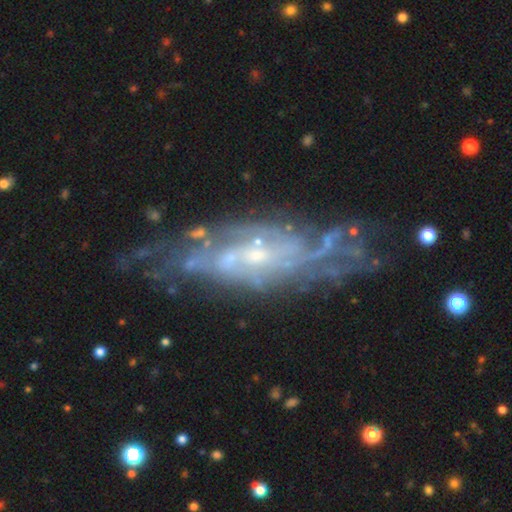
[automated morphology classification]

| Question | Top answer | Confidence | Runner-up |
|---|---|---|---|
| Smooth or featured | featured or disk | 84% | smooth (8%) |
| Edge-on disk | no | 83% | yes (17%) |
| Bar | no | 53% | weak (36%) |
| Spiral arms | yes | 90% | no (10%) |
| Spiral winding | tight | 56% | medium (32%) |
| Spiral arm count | can't tell | 52% | 2 (13%) |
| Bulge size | small | 73% | moderate (18%) |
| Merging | none | 71% | minor disturbance (18%) |